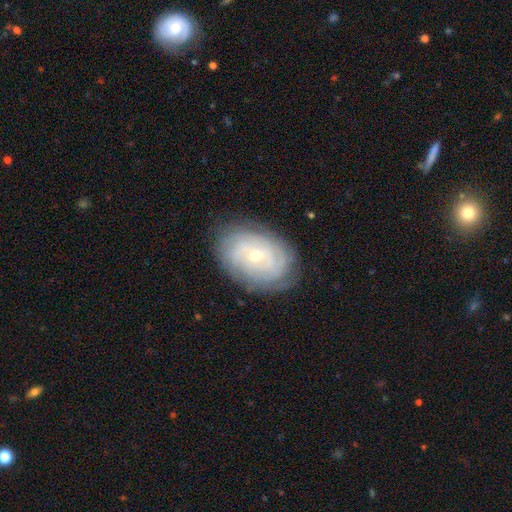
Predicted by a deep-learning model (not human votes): Morphology: type=featured or disk (75%); edge-on=no (96%); bar=no (68%); spiral arms=yes (88%); winding=tight (79%); arm count=can't tell (51%); bulge=small (63%); merging=none (80%).